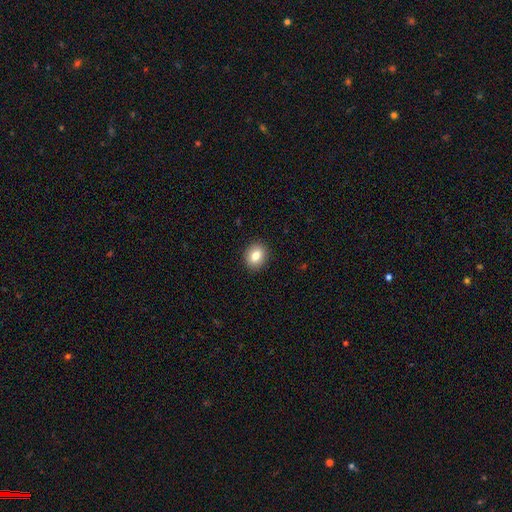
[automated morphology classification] Smooth or featured? Predicted: smooth (p=0.82). How rounded? Predicted: round (p=0.58). Merging? Predicted: none (p=0.91).